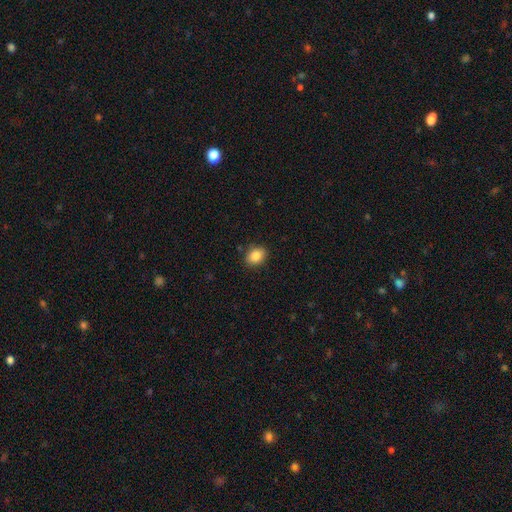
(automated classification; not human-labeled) Overall: smooth (86%). How rounded: in between (52%; round 47%). Merging: none (87%).